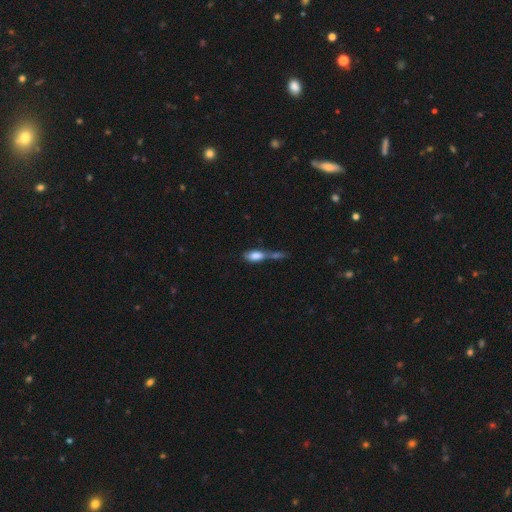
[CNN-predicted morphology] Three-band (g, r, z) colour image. It shows a smooth galaxy with no disk features (75%) that is in between round and cigar-shaped (78%). Merging: merger (61%).